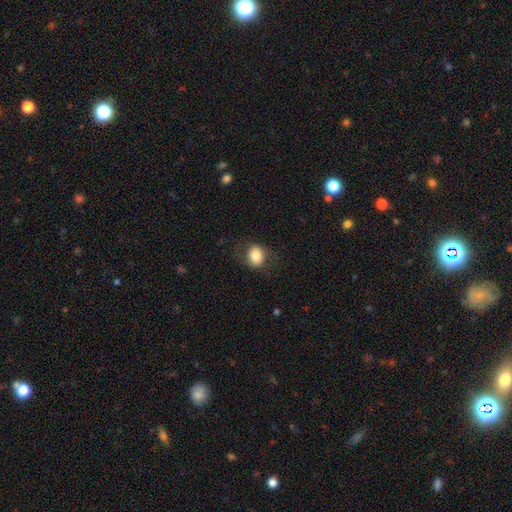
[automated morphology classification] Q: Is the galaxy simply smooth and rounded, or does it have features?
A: smooth — 80%.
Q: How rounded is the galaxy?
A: round — 54%.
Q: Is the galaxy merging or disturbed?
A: none — 74%.